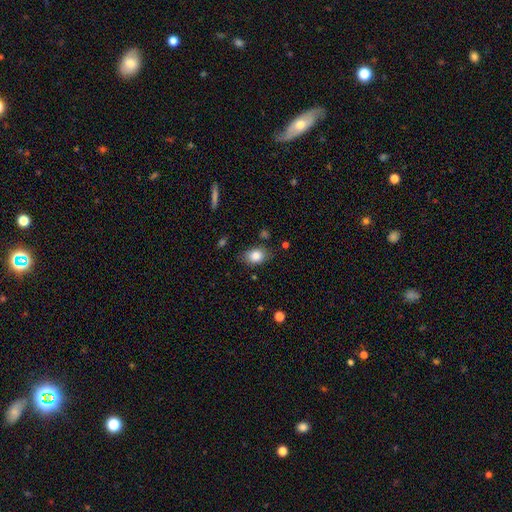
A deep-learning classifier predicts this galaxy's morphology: A smooth galaxy with no disk features (84%) that is in between round and cigar-shaped (73%). Merging: none (76%).